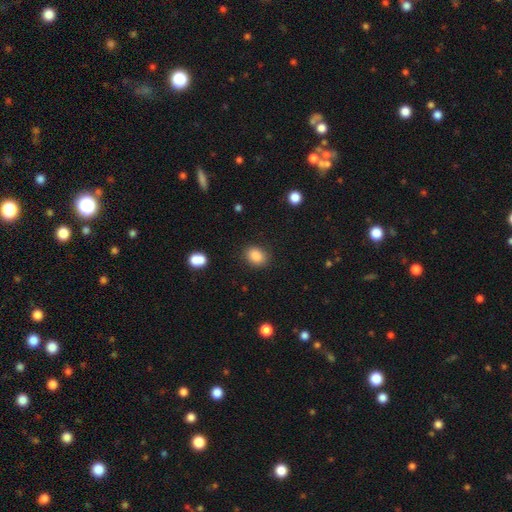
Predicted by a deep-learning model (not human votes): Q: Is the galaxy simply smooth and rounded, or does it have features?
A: smooth — 87%.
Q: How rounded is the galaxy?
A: in between — 57%.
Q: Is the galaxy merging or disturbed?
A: none — 86%.